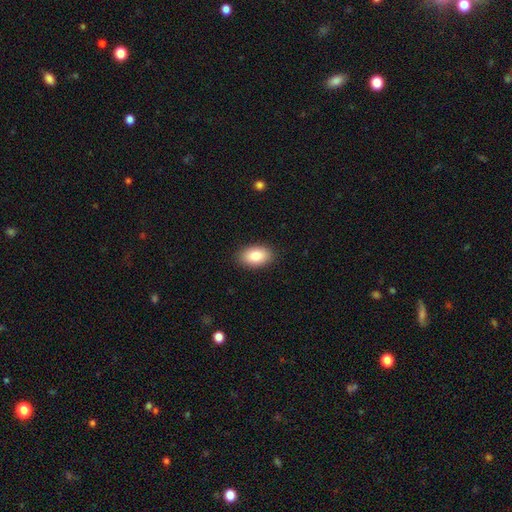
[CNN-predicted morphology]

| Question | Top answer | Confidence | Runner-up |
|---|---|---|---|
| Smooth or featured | smooth | 86% | featured or disk (7%) |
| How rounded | in between | 92% | round (6%) |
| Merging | none | 89% | minor disturbance (8%) |